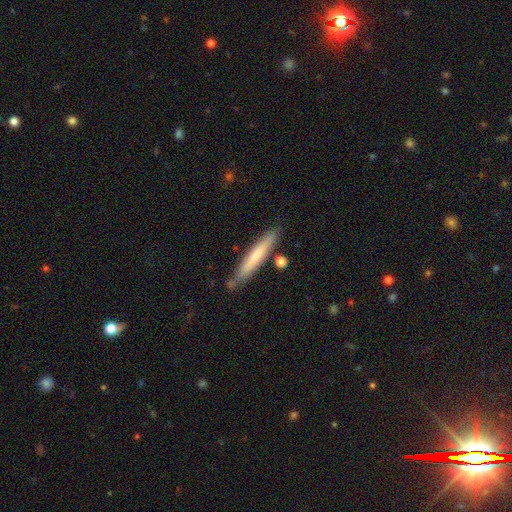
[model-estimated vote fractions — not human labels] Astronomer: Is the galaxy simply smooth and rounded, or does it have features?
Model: smooth — 64%.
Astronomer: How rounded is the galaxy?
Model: cigar-shaped — 95%.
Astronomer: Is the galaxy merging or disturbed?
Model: none — 81%.